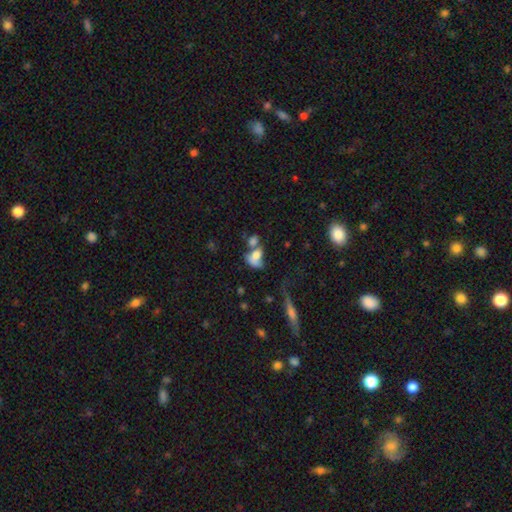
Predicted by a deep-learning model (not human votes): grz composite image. It shows a smooth galaxy with no disk features (64%) that is in between round and cigar-shaped (76%). Merging: merger (55%).